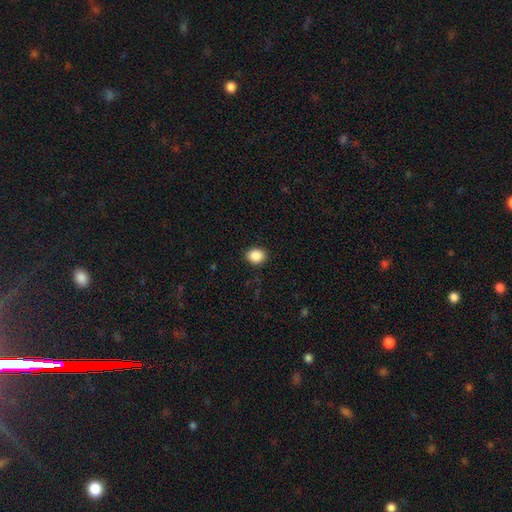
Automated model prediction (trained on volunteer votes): Smooth or featured: smooth — 88% (star or artifact — 9%)
How rounded: round — 53% (in between — 46%)
Merging: none — 90% (minor disturbance — 7%)